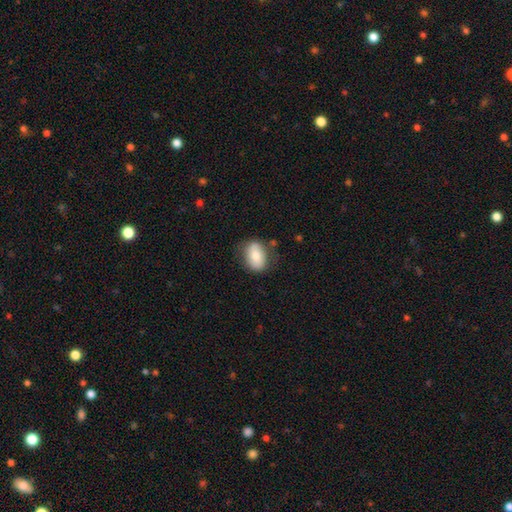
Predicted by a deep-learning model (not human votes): A smooth galaxy with no disk features (76%) that is in between round and cigar-shaped (81%).

Vote fractions:
- Smooth or featured? smooth: 76% / featured or disk: 18% / star or artifact: 7%
- How rounded? in between: 81% / round: 18% / cigar-shaped: 1%
- Merging? none: 73% / minor disturbance: 19% / major disturbance: 6% / merger: 2%